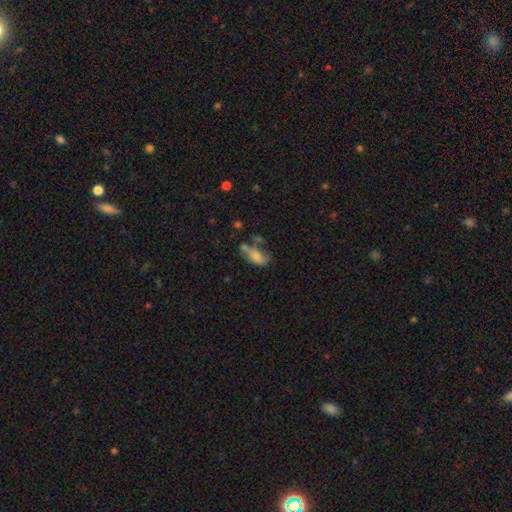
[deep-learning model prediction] Q: Smooth or featured?
A: smooth (61%); runner-up: featured or disk (25%)
Q: How rounded?
A: in between (85%); runner-up: cigar-shaped (10%)
Q: Merging?
A: none (42%); runner-up: minor disturbance (25%)